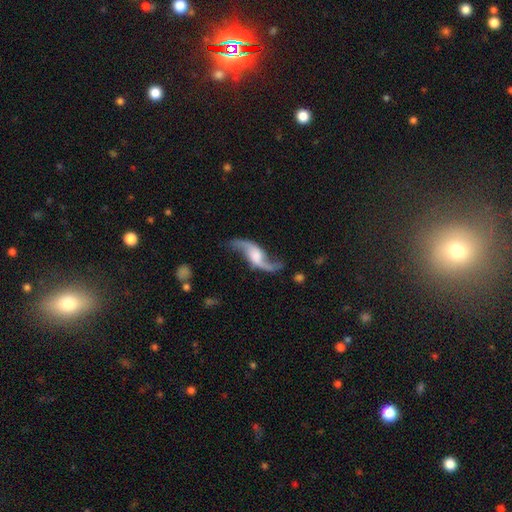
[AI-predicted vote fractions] smooth_or_featured: featured or disk (p=0.89) [alt: smooth p=0.07]
disk_edge_on: no (p=0.93) [alt: yes p=0.07]
bar: no (p=0.47) [alt: weak p=0.39]
has_spiral_arms: yes (p=0.96) [alt: no p=0.04]
spiral_winding: loose (p=0.90) [alt: medium p=0.08]
spiral_arm_count: 2 (p=0.94) [alt: 1 p=0.02]
bulge_size: moderate (p=0.27) [alt: none p=0.26]
merging: none (p=0.73) [alt: minor disturbance p=0.15]